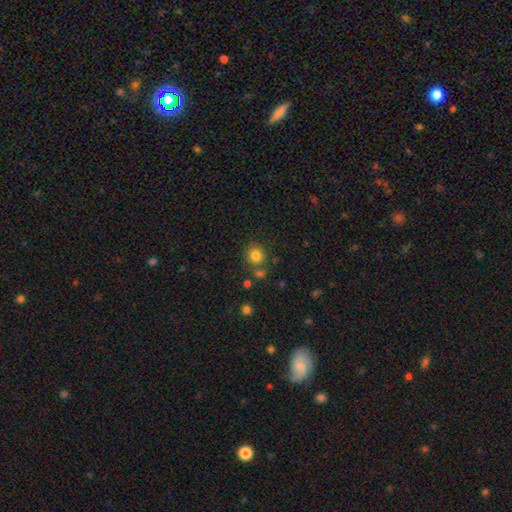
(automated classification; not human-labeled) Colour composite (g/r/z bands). It shows a smooth galaxy with no disk features (82%) that is round (88%). Merging: none (75%).